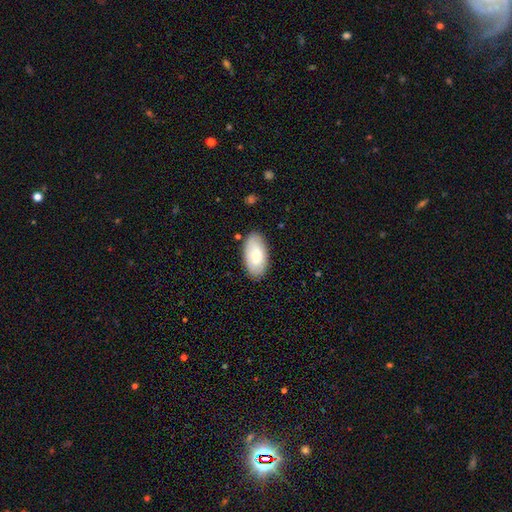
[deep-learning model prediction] smooth_or_featured: smooth (p=0.73) [alt: featured or disk p=0.21]
how_rounded: in between (p=0.95) [alt: round p=0.02]
merging: none (p=0.84) [alt: minor disturbance p=0.12]